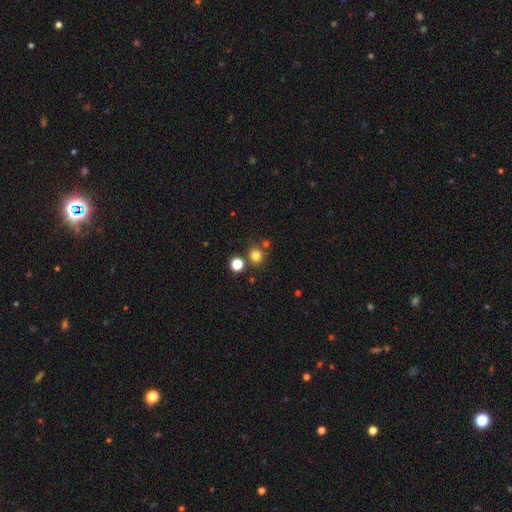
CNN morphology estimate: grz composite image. It shows a smooth galaxy with no disk features (77%) that is round (88%). Merging: none (77%).